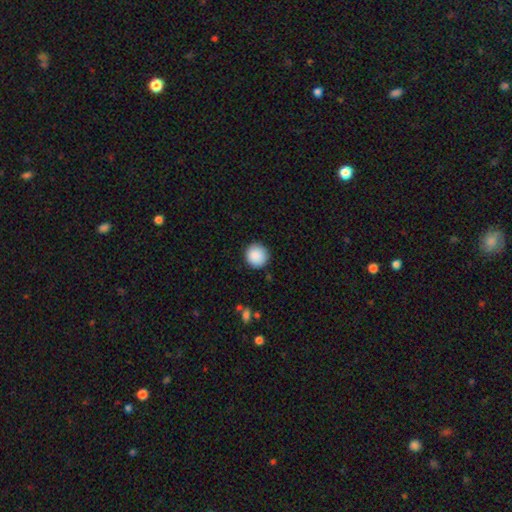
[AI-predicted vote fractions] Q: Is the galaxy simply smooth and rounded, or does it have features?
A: smooth — 89%.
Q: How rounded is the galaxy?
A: round — 95%.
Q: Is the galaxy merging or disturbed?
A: none — 91%.